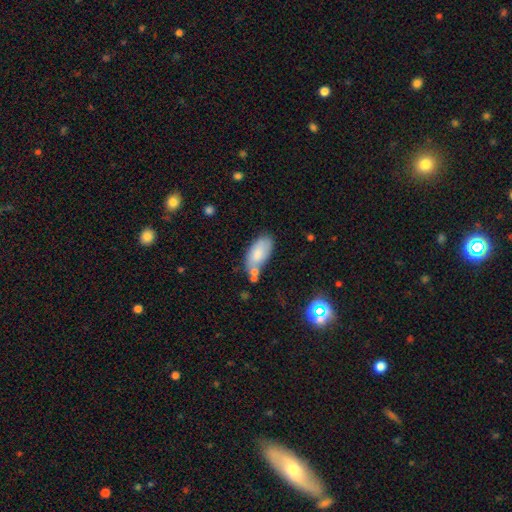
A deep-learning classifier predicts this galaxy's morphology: smooth_or_featured: smooth (p=0.79) [alt: featured or disk p=0.14]
how_rounded: in between (p=0.92) [alt: cigar-shaped p=0.05]
merging: none (p=0.56) [alt: minor disturbance p=0.23]